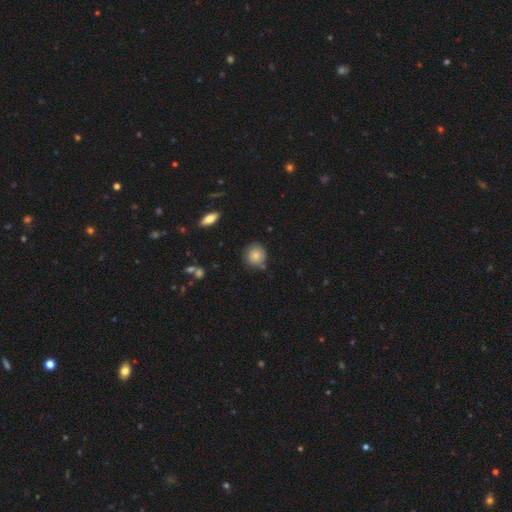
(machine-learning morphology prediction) smooth_or_featured: smooth (p=0.83) [alt: featured or disk p=0.09]
how_rounded: round (p=0.88) [alt: in between p=0.11]
merging: none (p=0.79) [alt: minor disturbance p=0.14]